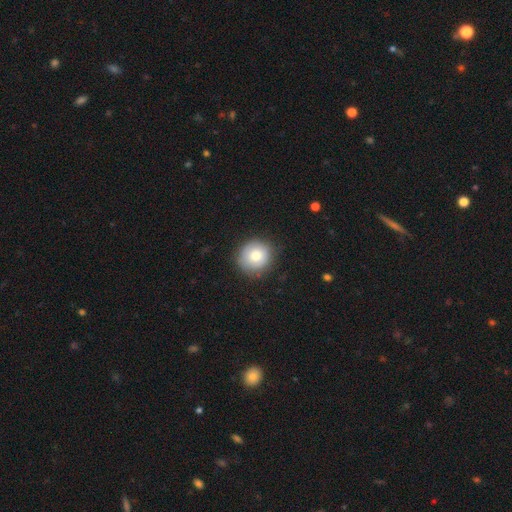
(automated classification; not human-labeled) smooth-or-featured: smooth: 77% | featured or disk: 15% | star or artifact: 8%
  how-rounded: round: 90% | in between: 9% | cigar-shaped: 1%
  merging: none: 83% | minor disturbance: 13% | major disturbance: 3% | merger: 1%